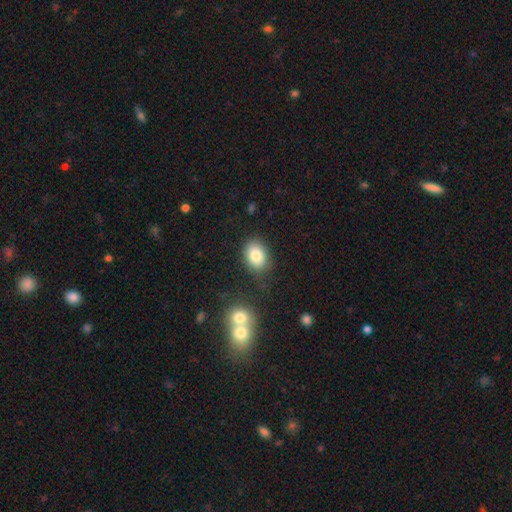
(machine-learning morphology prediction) Smooth or featured? Predicted: smooth (p=0.83). How rounded? Predicted: in between (p=0.78). Merging? Predicted: none (p=0.81).